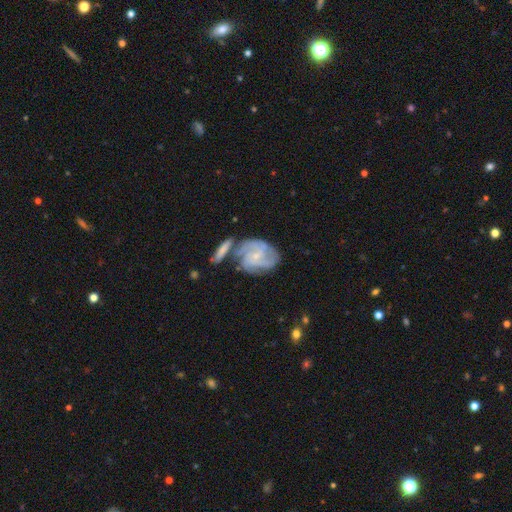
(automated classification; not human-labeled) Q: Smooth or featured?
A: featured or disk (80%); runner-up: smooth (14%)
Q: Edge-on disk?
A: no (97%); runner-up: yes (3%)
Q: Bar?
A: no (67%); runner-up: weak (28%)
Q: Spiral arms?
A: yes (94%); runner-up: no (6%)
Q: Spiral winding?
A: tight (52%); runner-up: medium (37%)
Q: Spiral arm count?
A: 3 (28%); runner-up: can't tell (26%)
Q: Bulge size?
A: small (79%); runner-up: moderate (15%)
Q: Merging?
A: none (48%); runner-up: merger (24%)